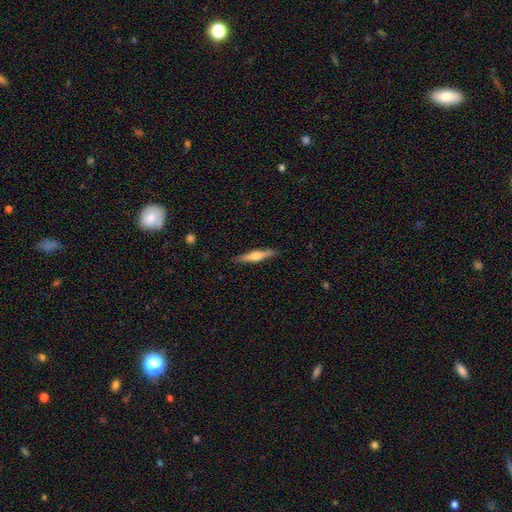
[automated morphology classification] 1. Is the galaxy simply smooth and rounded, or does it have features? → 55% featured or disk, 40% smooth, 6% star or artifact.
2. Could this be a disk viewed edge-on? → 96% yes, 4% no.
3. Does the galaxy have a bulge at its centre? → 87% rounded, 7% boxy, 6% none.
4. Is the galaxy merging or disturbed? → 89% none, 8% minor disturbance, 2% major disturbance, 1% merger.